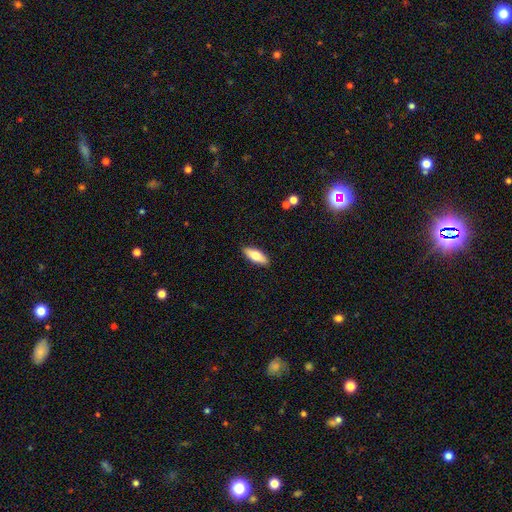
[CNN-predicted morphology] Smooth or featured? smooth (67%)
How rounded? in between (64%)
Merging? none (89%)